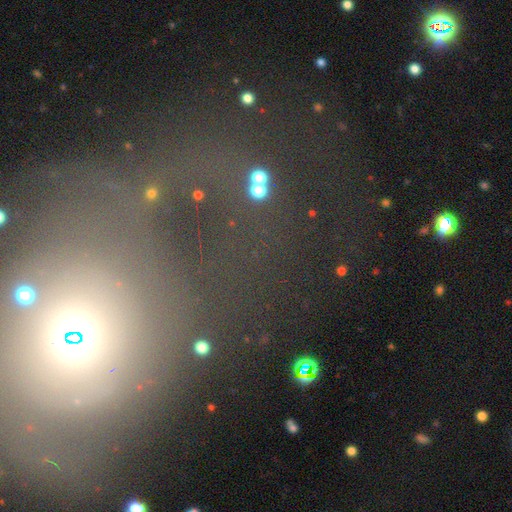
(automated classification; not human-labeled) Q: Smooth or featured?
A: star or artifact (48%); runner-up: smooth (28%)